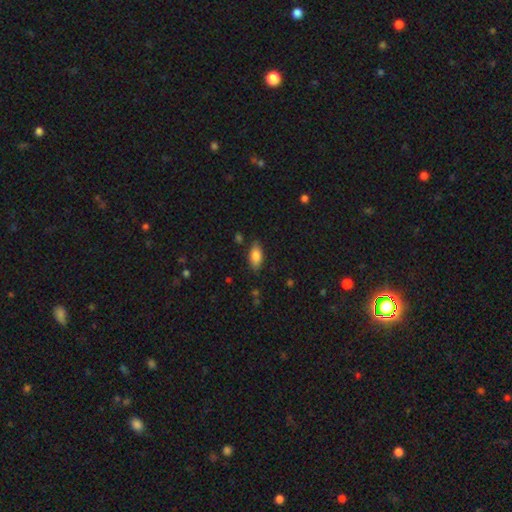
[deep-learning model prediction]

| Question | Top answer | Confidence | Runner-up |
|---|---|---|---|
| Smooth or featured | smooth | 83% | featured or disk (10%) |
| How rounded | in between | 89% | cigar-shaped (8%) |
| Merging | none | 81% | minor disturbance (14%) |